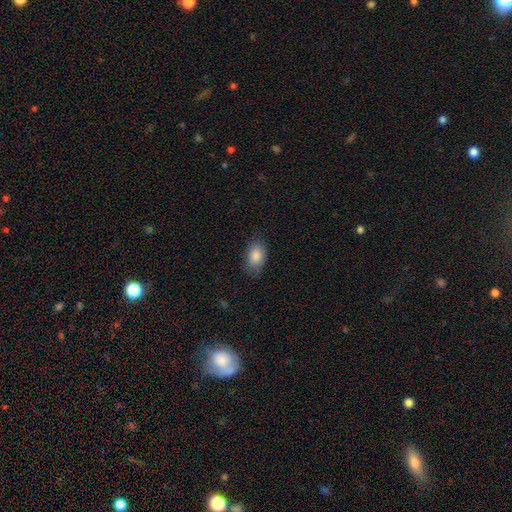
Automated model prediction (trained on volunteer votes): Smooth or featured? Predicted: smooth (p=0.85). How rounded? Predicted: in between (p=0.89). Merging? Predicted: none (p=0.79).